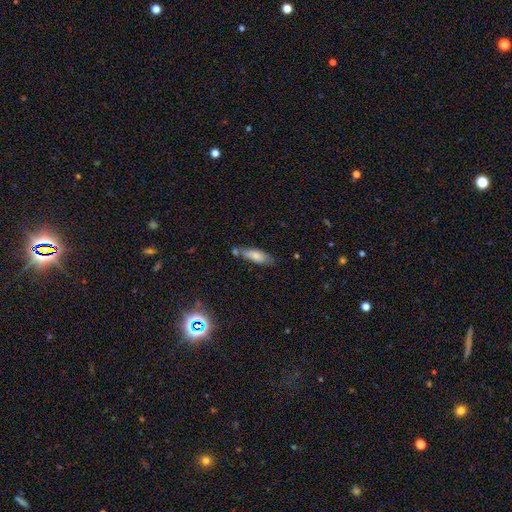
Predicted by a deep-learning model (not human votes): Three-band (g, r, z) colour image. It shows a smooth galaxy with no disk features (74%) that is in between round and cigar-shaped (55%). Merging: none (60%).